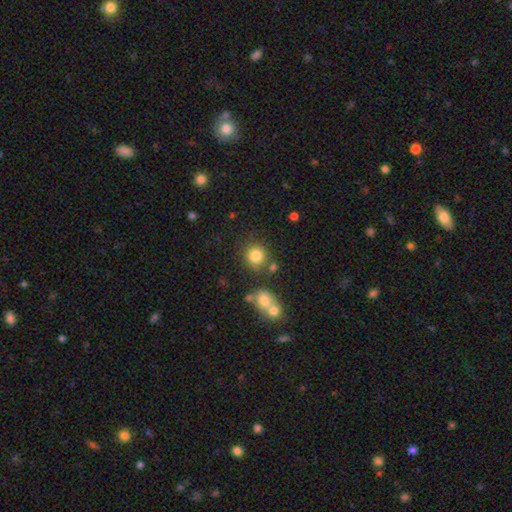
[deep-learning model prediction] Smooth or featured?
  - smooth: 82% *
  - star or artifact: 12%
  - featured or disk: 6%
How rounded?
  - round: 89% *
  - in between: 10%
  - cigar-shaped: 1%
Merging?
  - none: 72% *
  - merger: 12%
  - minor disturbance: 11%
  - major disturbance: 5%